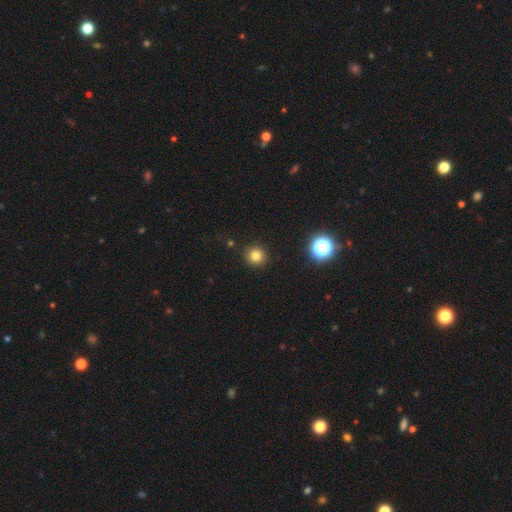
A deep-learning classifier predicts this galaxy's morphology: type=smooth (80%); roundness=round (93%); merging=none (91%).